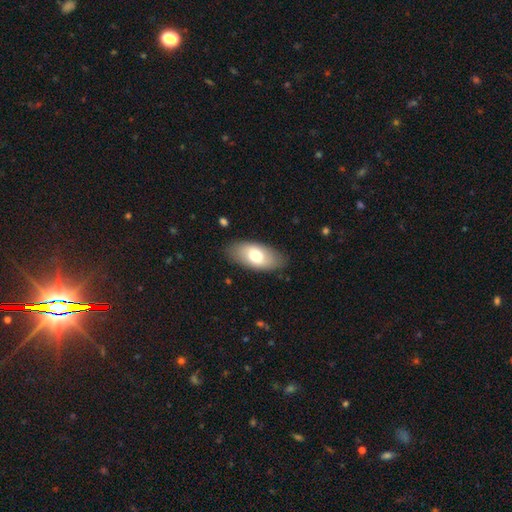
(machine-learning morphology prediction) type=smooth (71%); roundness=in between (92%); merging=none (84%).